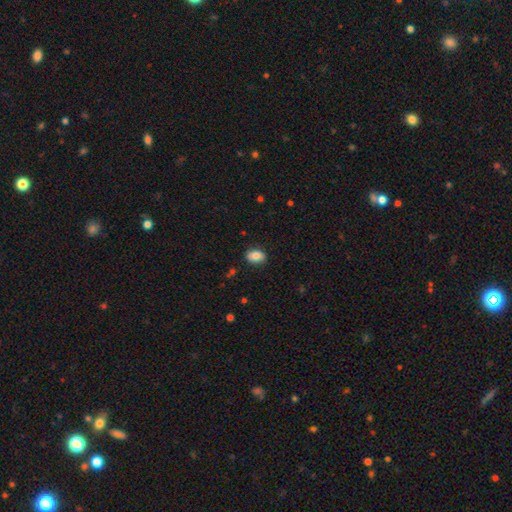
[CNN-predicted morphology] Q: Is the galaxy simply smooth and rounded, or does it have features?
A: smooth — 82%.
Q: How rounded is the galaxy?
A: in between — 79%.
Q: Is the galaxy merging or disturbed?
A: none — 86%.